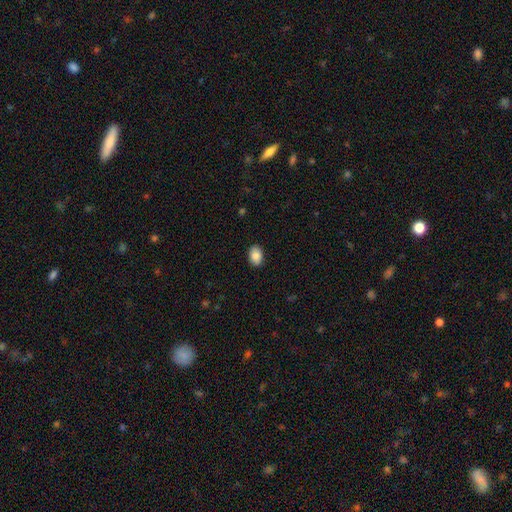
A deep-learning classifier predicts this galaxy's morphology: smooth_or_featured: smooth (p=0.85) [alt: featured or disk p=0.07]
how_rounded: in between (p=0.85) [alt: round p=0.13]
merging: none (p=0.90) [alt: minor disturbance p=0.08]